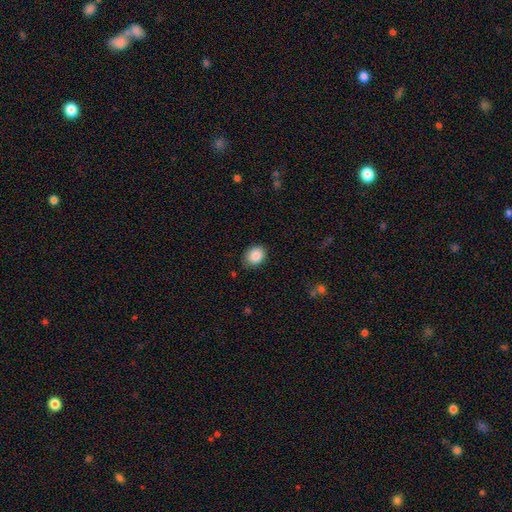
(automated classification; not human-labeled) Smooth or featured: smooth — 88% (star or artifact — 8%)
How rounded: round — 54% (in between — 45%)
Merging: none — 84% (minor disturbance — 12%)